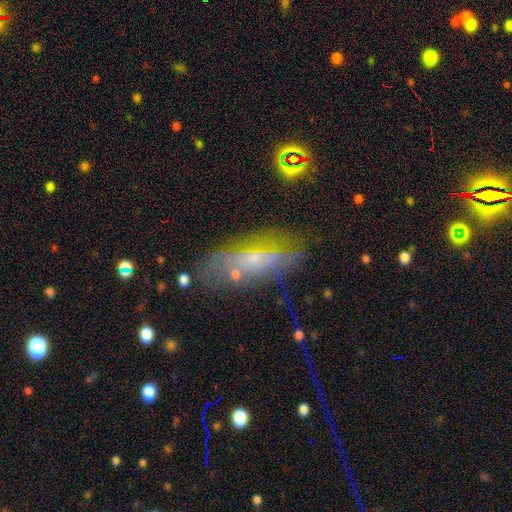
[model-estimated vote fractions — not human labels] featured or disk 51%, smooth 34%, star or artifact 15%. Down the decision tree: edge-on disk — yes (52%); merging — none (67%).